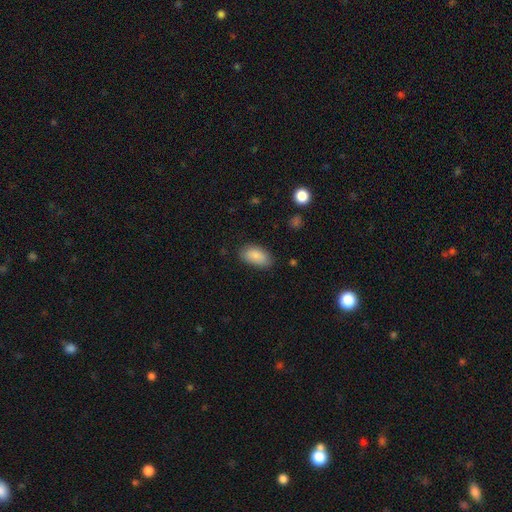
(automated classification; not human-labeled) smooth-or-featured: smooth: 88% | star or artifact: 7% | featured or disk: 5%
  how-rounded: in between: 93% | cigar-shaped: 4% | round: 3%
  merging: none: 79% | minor disturbance: 16% | major disturbance: 4% | merger: 1%